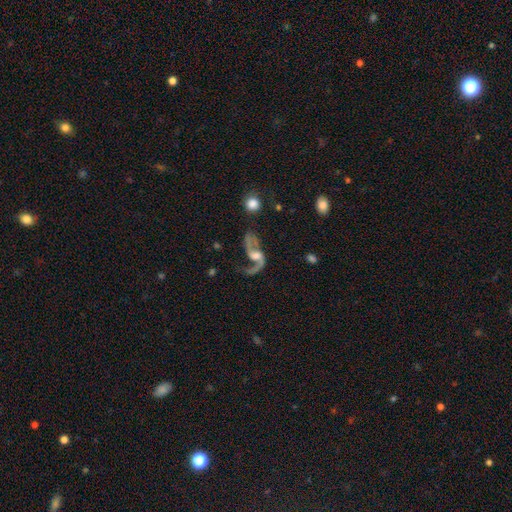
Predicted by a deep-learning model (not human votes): This is clearly a featured or disk galaxy (86%). It is clearly not viewed edge-on (96%). Bar: possibly no (47%). Spiral arm pattern: clearly yes (93%). Spiral arm count: clearly 2 (87%). Spiral winding: likely loose (80%). Central bulge: marginally moderate (43%). Merging: marginally none (41%).